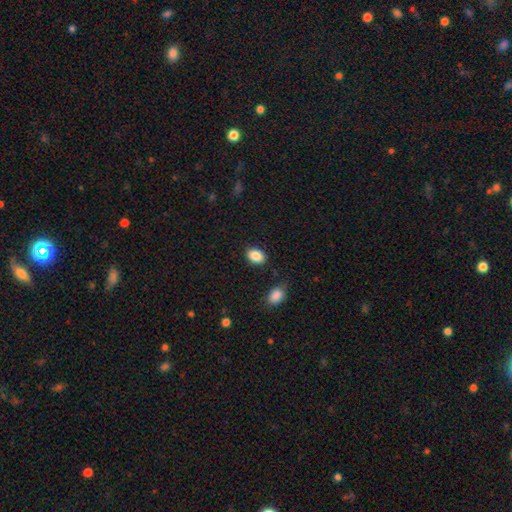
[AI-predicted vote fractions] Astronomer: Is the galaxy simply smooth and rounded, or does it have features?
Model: smooth — 87%.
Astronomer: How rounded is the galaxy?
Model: in between — 77%.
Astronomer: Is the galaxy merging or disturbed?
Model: none — 85%.